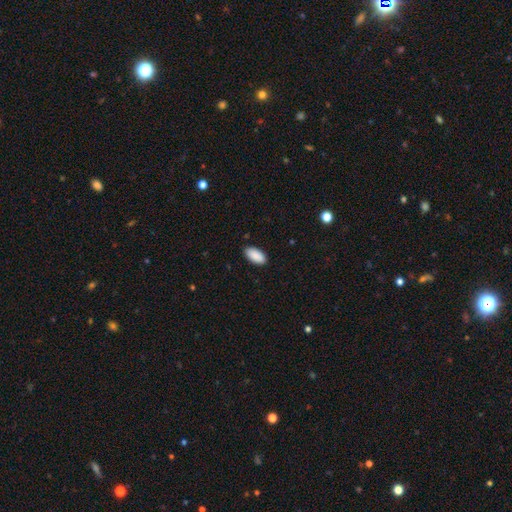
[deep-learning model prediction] A smooth galaxy with no disk features (91%) that is in between round and cigar-shaped (95%).

Vote fractions:
- Smooth or featured? smooth: 91% / star or artifact: 6% / featured or disk: 3%
- How rounded? in between: 95% / cigar-shaped: 3% / round: 2%
- Merging? none: 89% / minor disturbance: 8% / major disturbance: 2% / merger: 1%